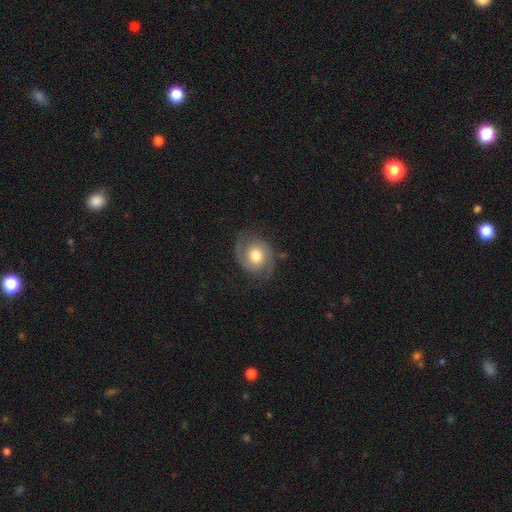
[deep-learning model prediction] featured or disk 78%, smooth 16%, star or artifact 6%. Down the decision tree: edge-on disk — no (98%); bar — no (72%); spiral arms — yes (95%); spiral arm count — 2 (92%); spiral winding — medium (47%); bulge size — moderate (66%); merging — none (77%).